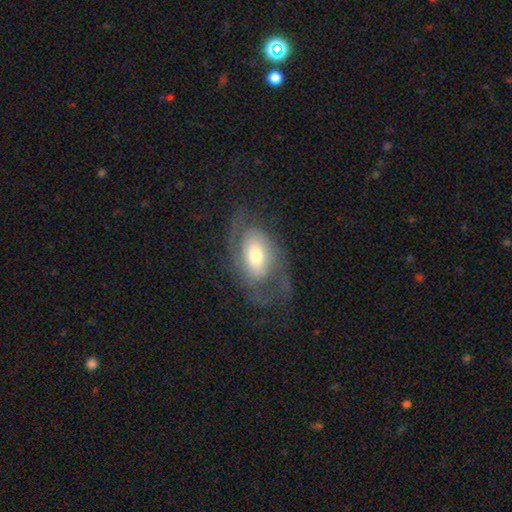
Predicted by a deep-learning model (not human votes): Smooth or featured? Predicted: featured or disk (p=0.73). Edge-on disk? Predicted: no (p=0.95). Bar? Predicted: no (p=0.60). Spiral arms? Predicted: yes (p=0.84). Spiral winding? Predicted: medium (p=0.45). Spiral arm count? Predicted: 2 (p=0.72). Bulge size? Predicted: moderate (p=0.60). Merging? Predicted: none (p=0.56).